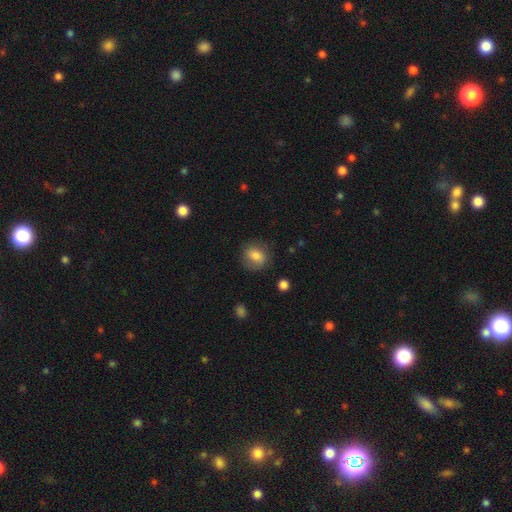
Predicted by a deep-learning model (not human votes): Q: Smooth or featured?
A: smooth (78%); runner-up: featured or disk (13%)
Q: How rounded?
A: round (59%); runner-up: in between (39%)
Q: Merging?
A: none (77%); runner-up: minor disturbance (16%)